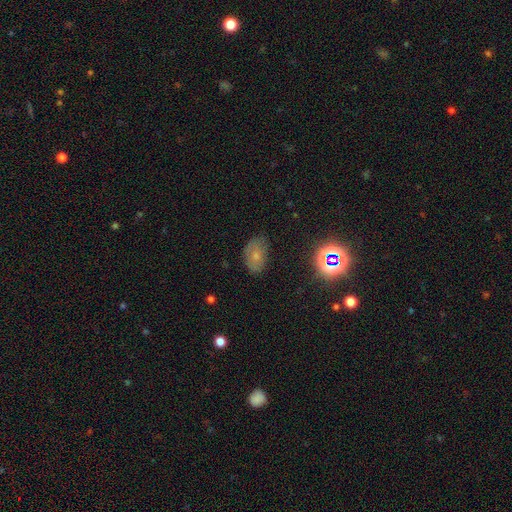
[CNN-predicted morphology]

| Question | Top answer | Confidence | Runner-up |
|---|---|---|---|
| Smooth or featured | smooth | 61% | featured or disk (20%) |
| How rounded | in between | 86% | round (12%) |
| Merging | none | 72% | minor disturbance (21%) |